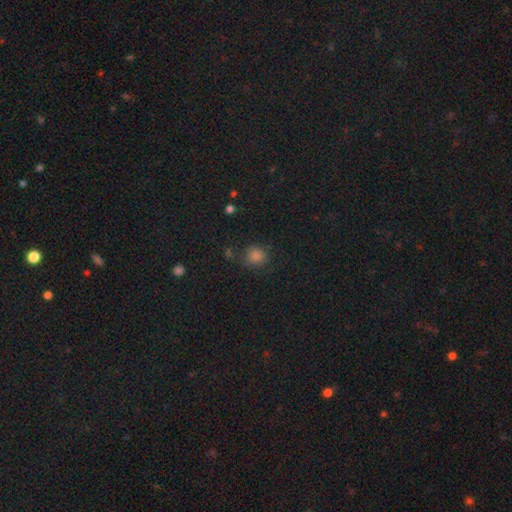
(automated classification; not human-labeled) Smooth or featured? smooth (74%)
How rounded? round (85%)
Merging? none (78%)